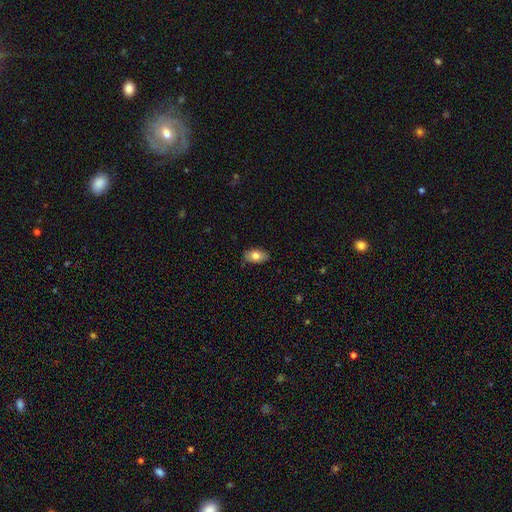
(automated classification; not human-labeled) A smooth galaxy with no disk features (78%) that is in between round and cigar-shaped (90%).

Vote fractions:
- Smooth or featured? smooth: 78% / featured or disk: 15% / star or artifact: 7%
- How rounded? in between: 90% / round: 8% / cigar-shaped: 2%
- Merging? none: 84% / minor disturbance: 13% / major disturbance: 2% / merger: 1%